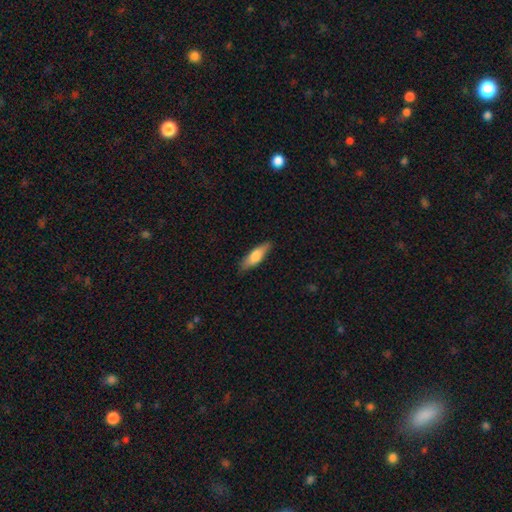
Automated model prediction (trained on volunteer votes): Morphology: type=smooth (71%); roundness=cigar-shaped (54%); merging=none (85%).